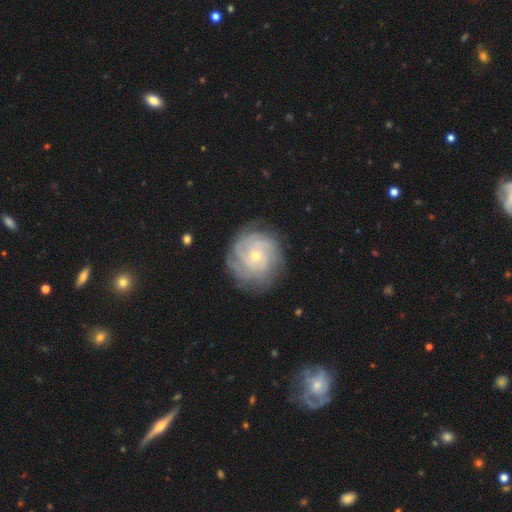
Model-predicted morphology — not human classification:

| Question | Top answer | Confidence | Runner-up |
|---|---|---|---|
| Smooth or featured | featured or disk | 78% | smooth (15%) |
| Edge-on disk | no | 98% | yes (2%) |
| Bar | no | 79% | weak (18%) |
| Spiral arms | yes | 94% | no (6%) |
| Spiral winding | tight | 73% | medium (21%) |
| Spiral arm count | can't tell | 36% | 4 (21%) |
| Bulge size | small | 76% | moderate (21%) |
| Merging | none | 79% | minor disturbance (14%) |